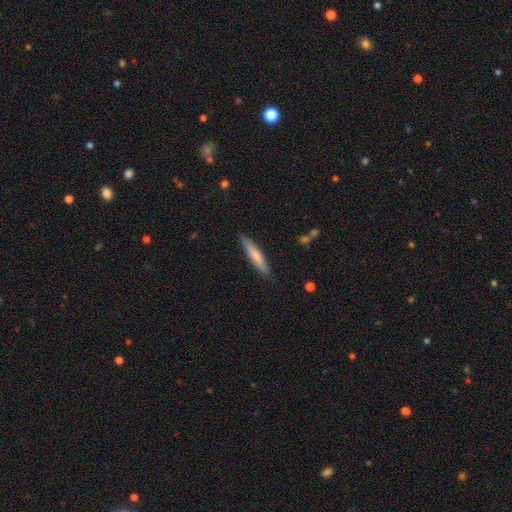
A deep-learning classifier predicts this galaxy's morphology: smooth 63%, featured or disk 32%, star or artifact 5%. Down the decision tree: how rounded — cigar-shaped (91%); merging — none (87%).